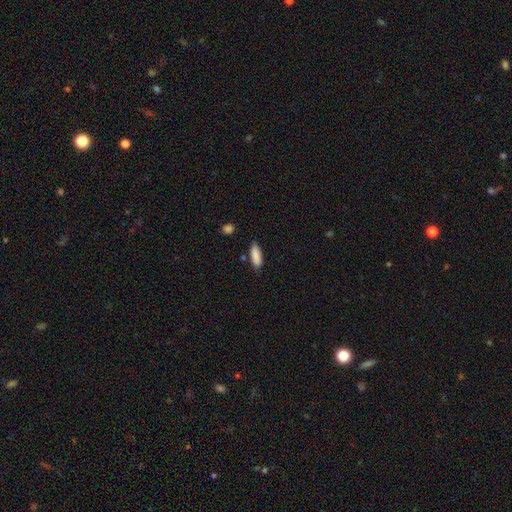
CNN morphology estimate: smooth_or_featured: smooth (p=0.88) [alt: star or artifact p=0.07]
how_rounded: in between (p=0.61) [alt: cigar-shaped p=0.38]
merging: none (p=0.80) [alt: minor disturbance p=0.14]